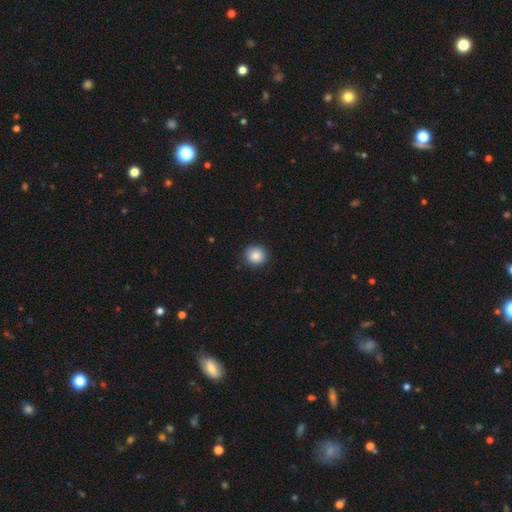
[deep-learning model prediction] Q: Smooth or featured?
A: smooth (87%); runner-up: star or artifact (9%)
Q: How rounded?
A: round (92%); runner-up: in between (7%)
Q: Merging?
A: none (91%); runner-up: minor disturbance (6%)